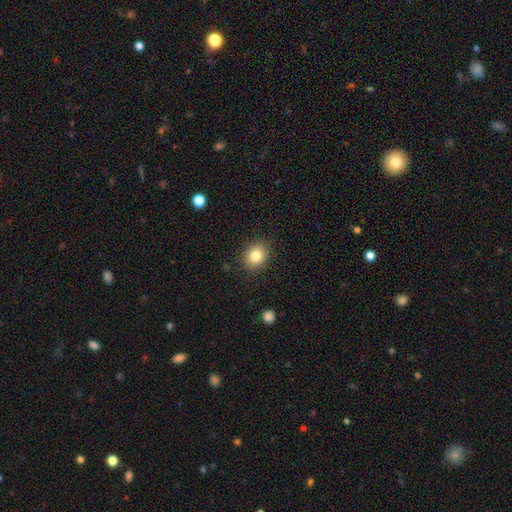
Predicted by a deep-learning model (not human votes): Smooth or featured?
  - smooth: 83% *
  - star or artifact: 10%
  - featured or disk: 7%
How rounded?
  - round: 68% *
  - in between: 31%
  - cigar-shaped: 1%
Merging?
  - none: 88% *
  - minor disturbance: 8%
  - major disturbance: 2%
  - merger: 1%